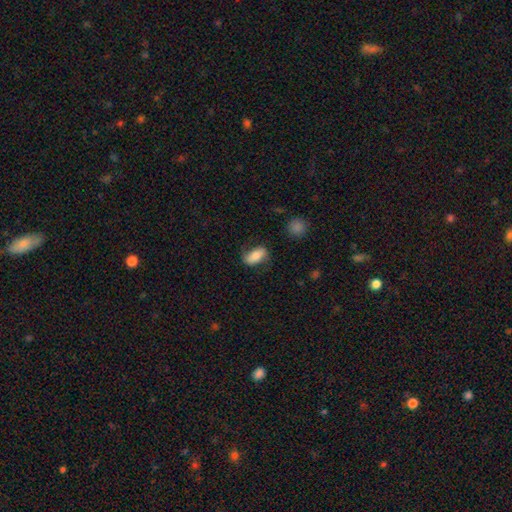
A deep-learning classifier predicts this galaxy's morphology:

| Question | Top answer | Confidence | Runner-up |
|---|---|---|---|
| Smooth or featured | smooth | 74% | featured or disk (19%) |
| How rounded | in between | 90% | cigar-shaped (6%) |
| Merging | none | 69% | minor disturbance (21%) |